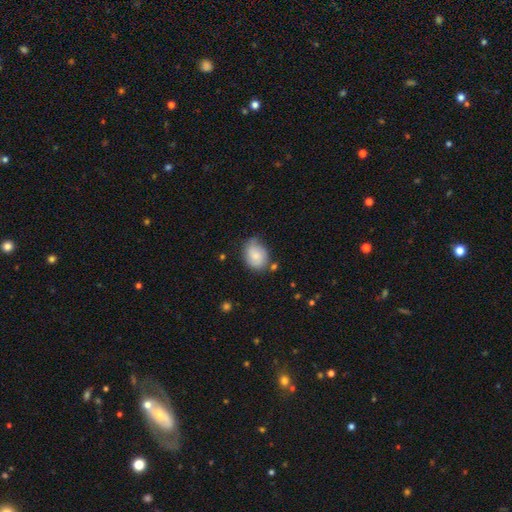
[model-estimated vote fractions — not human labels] The model was most divided on "how rounded": in between: 61%, round: 38%, cigar-shaped: 1%. More confident: smooth or featured — smooth (72%); merging — none (56%).